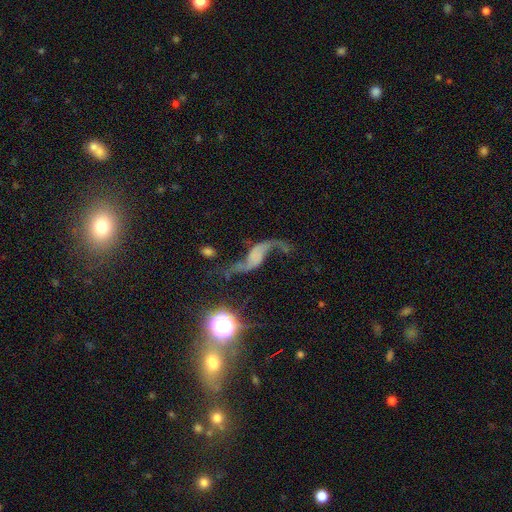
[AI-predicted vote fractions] Smooth or featured? featured or disk (78%)
Edge-on disk? no (93%)
Bar? no (58%)
Spiral arms? yes (91%)
Spiral winding? loose (94%)
Spiral arm count? 2 (91%)
Bulge size? none (65%)
Merging? none (50%)